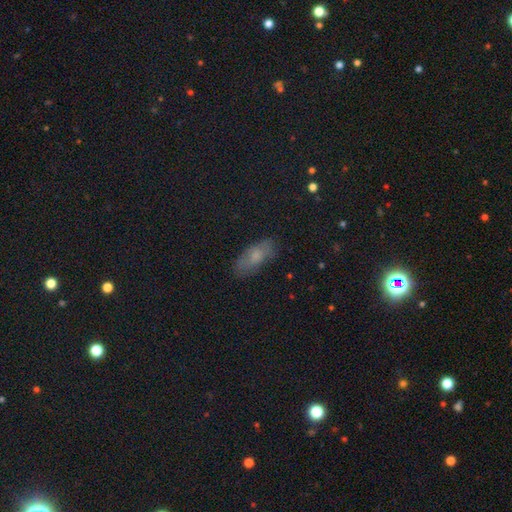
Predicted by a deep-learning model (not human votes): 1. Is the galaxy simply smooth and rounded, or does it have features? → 66% smooth, 18% featured or disk, 15% star or artifact.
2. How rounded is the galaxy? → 80% in between, 16% cigar-shaped, 4% round.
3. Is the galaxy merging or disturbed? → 79% none, 16% minor disturbance, 4% major disturbance, 1% merger.